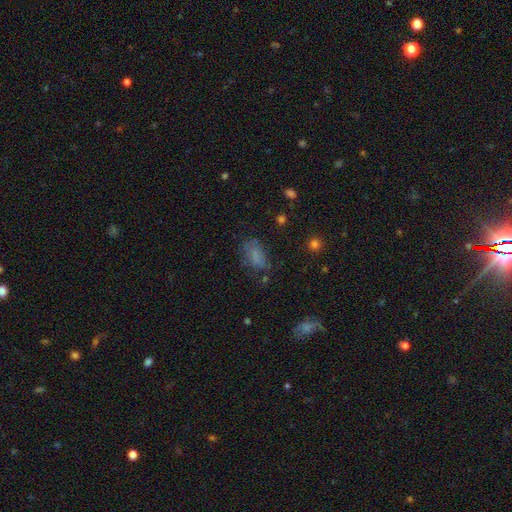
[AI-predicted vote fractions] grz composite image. It shows a smooth galaxy with no disk features (69%) that is in between round and cigar-shaped (87%). Merging: none (54%).